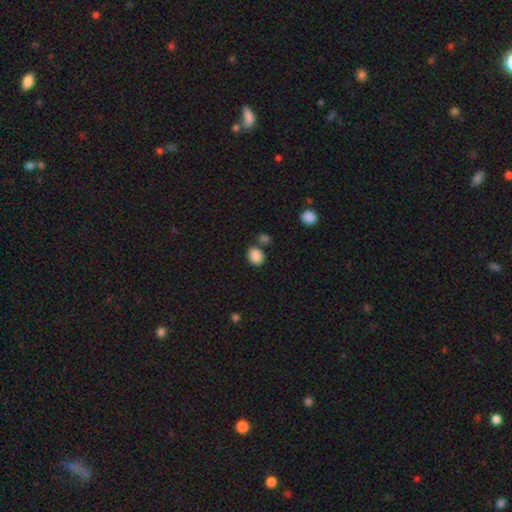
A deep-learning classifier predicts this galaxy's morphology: Smooth or featured?
  - smooth: 87% *
  - star or artifact: 9%
  - featured or disk: 4%
How rounded?
  - in between: 56% *
  - round: 43%
  - cigar-shaped: 1%
Merging?
  - none: 71% *
  - merger: 13%
  - minor disturbance: 12%
  - major disturbance: 4%